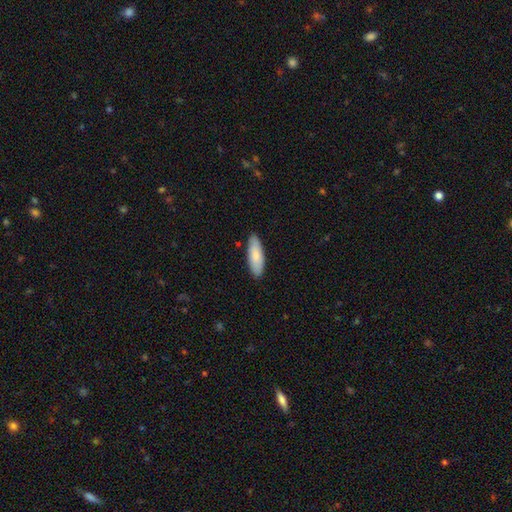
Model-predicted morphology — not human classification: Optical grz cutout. It shows a smooth galaxy with no disk features (82%) that is in between round and cigar-shaped (65%). Merging: none (87%).